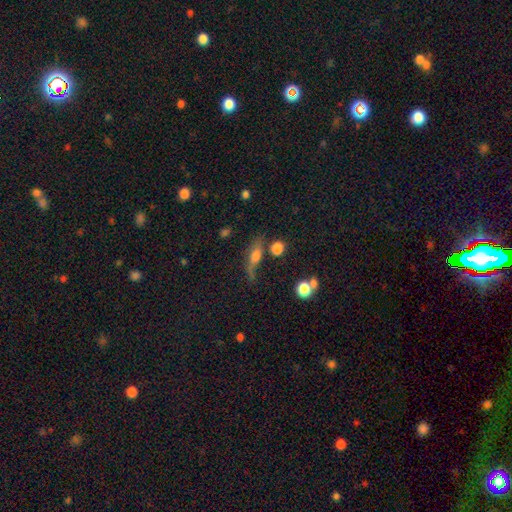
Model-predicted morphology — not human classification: A smooth galaxy with no disk features (53%) that is in between round and cigar-shaped (51%).

Vote fractions:
- Smooth or featured? smooth: 53% / featured or disk: 35% / star or artifact: 11%
- How rounded? in between: 51% / cigar-shaped: 39% / round: 10%
- Merging? none: 47% / minor disturbance: 25% / major disturbance: 18% / merger: 10%